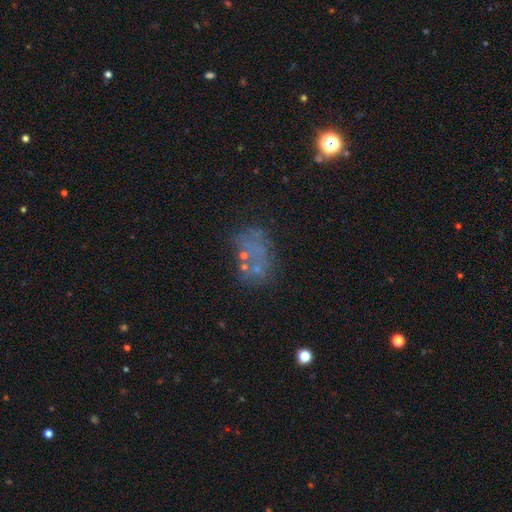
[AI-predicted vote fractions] Morphology: type=featured or disk (36%); merging=none (55%).